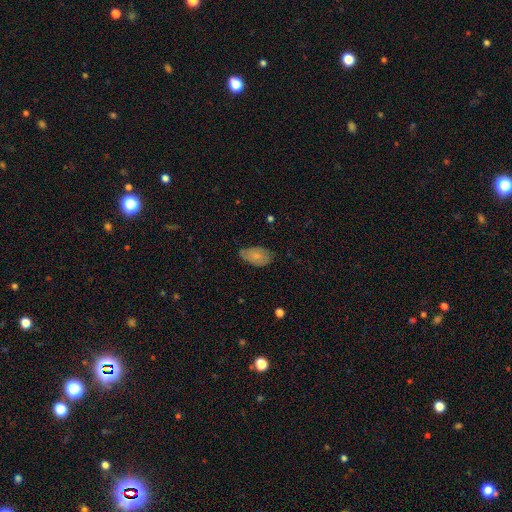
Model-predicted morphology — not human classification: smooth_or_featured: smooth (p=0.75) [alt: featured or disk p=0.18]
how_rounded: in between (p=0.93) [alt: round p=0.05]
merging: none (p=0.63) [alt: minor disturbance p=0.30]